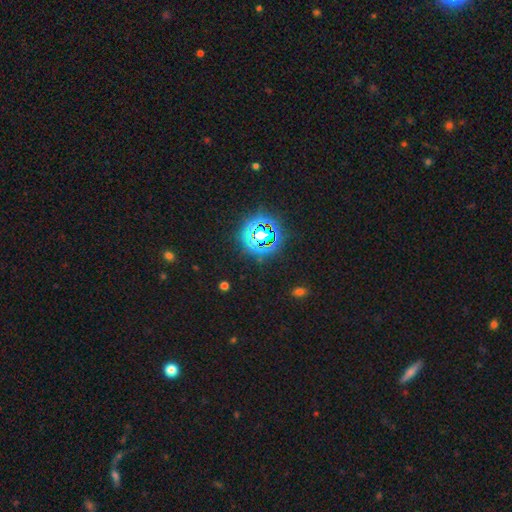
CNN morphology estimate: Q: Smooth or featured?
A: star or artifact (79%); runner-up: smooth (15%)